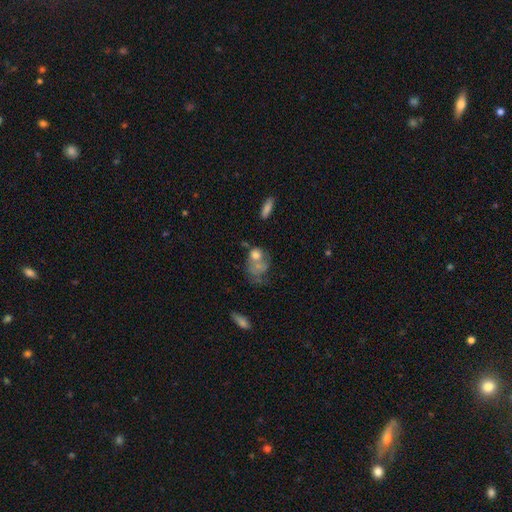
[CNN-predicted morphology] This is possibly a smooth galaxy (53%). How rounded: possibly in between (55%). Merging: marginally merger (31%, tied with major disturbance).